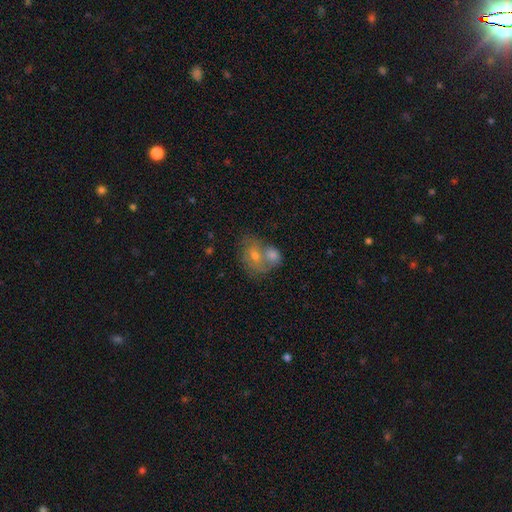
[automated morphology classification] smooth_or_featured: smooth (p=0.48) [alt: featured or disk p=0.36]
merging: merger (p=0.52) [alt: none p=0.33]